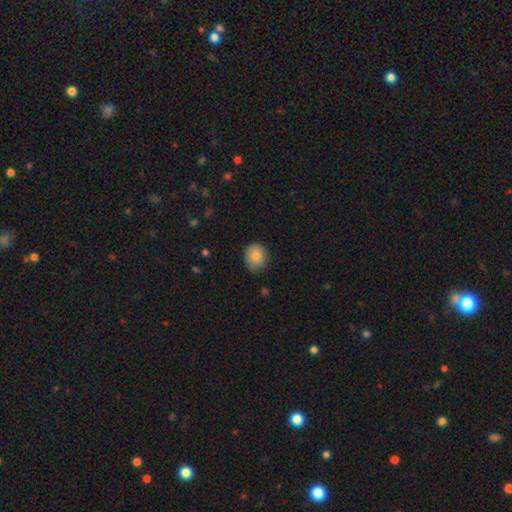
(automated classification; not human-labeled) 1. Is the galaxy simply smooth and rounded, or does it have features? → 85% smooth, 8% star or artifact, 7% featured or disk.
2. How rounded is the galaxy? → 63% round, 37% in between, 1% cigar-shaped.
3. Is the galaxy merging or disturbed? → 72% none, 23% minor disturbance, 4% major disturbance, 1% merger.